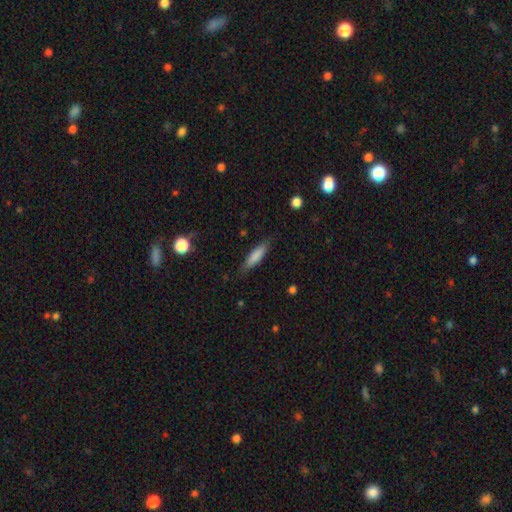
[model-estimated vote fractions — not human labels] Morphology: type=smooth (80%); roundness=cigar-shaped (70%); merging=none (82%).